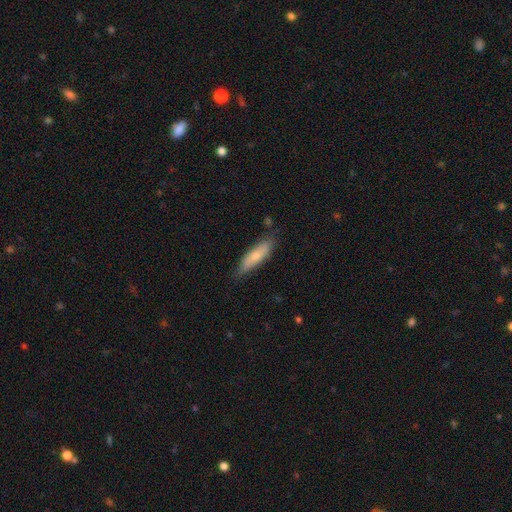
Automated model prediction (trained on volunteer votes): Morphology: type=smooth (69%); roundness=cigar-shaped (65%); merging=none (77%).